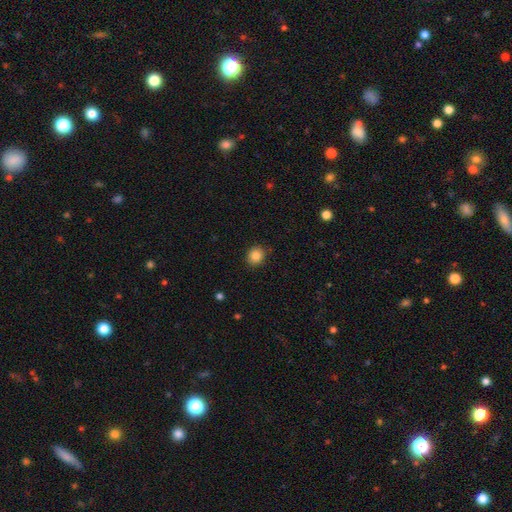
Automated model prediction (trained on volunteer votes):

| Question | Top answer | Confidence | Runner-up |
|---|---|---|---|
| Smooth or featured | smooth | 84% | star or artifact (10%) |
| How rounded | round | 75% | in between (24%) |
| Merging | none | 89% | minor disturbance (8%) |